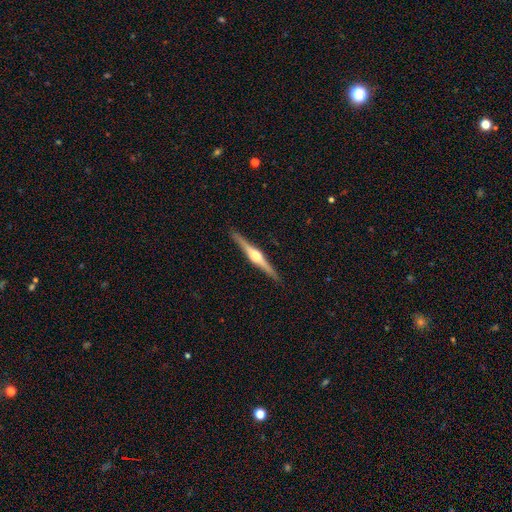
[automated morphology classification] This is clearly a featured or disk galaxy (82%). It is clearly viewed edge-on (99%). Edge-on bulge: clearly rounded (93%). Merging: clearly none (92%).